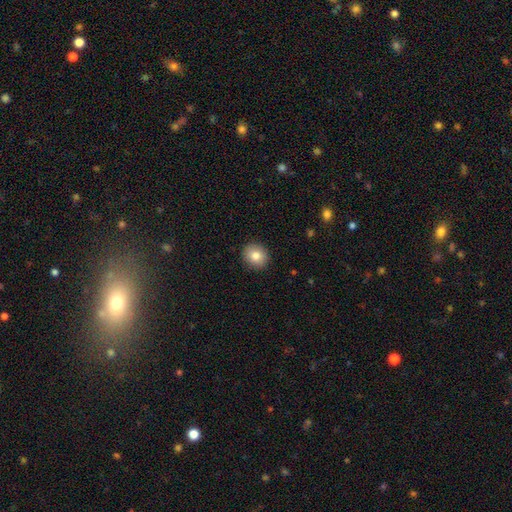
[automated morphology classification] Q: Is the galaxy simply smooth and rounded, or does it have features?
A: smooth — 82%.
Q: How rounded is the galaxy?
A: round — 81%.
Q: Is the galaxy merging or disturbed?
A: none — 91%.